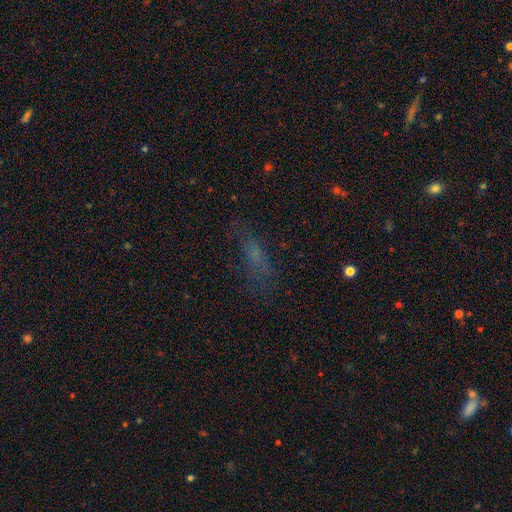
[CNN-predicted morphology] Smooth or featured: smooth — 53% (featured or disk — 24%)
How rounded: cigar-shaped — 49% (in between — 46%)
Merging: none — 62% (minor disturbance — 21%)